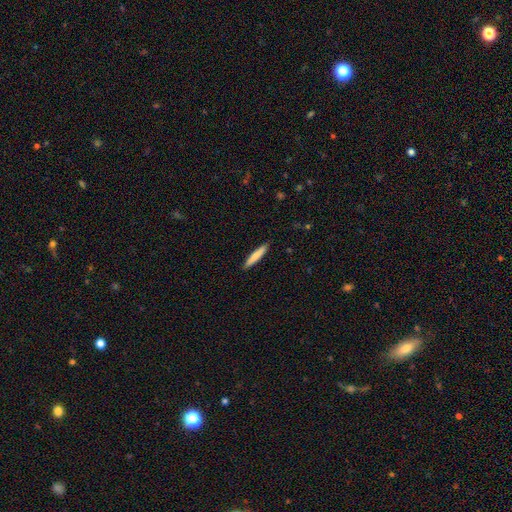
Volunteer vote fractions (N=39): A smooth galaxy with no disk features (79%) that is cigar-shaped (100%). Merging: none (97%).